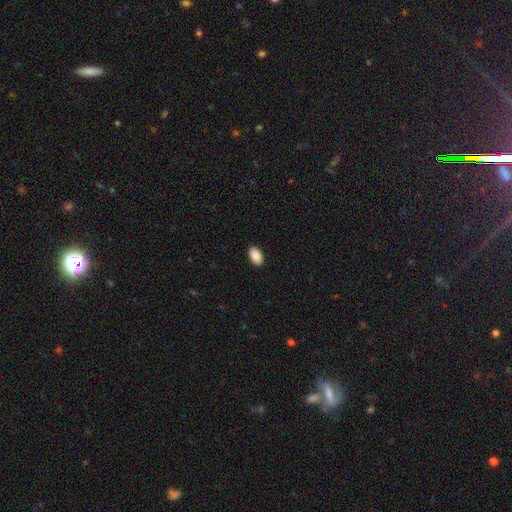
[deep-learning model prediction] smooth 89%, star or artifact 7%, featured or disk 4%. Down the decision tree: how rounded — in between (94%); merging — none (90%).